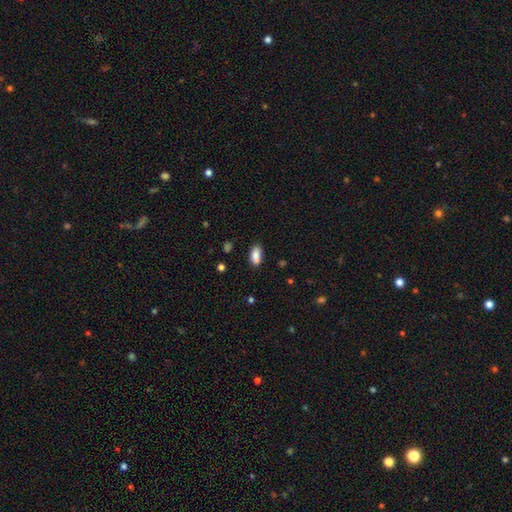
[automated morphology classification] Smooth or featured? smooth (86%)
How rounded? in between (88%)
Merging? none (78%)